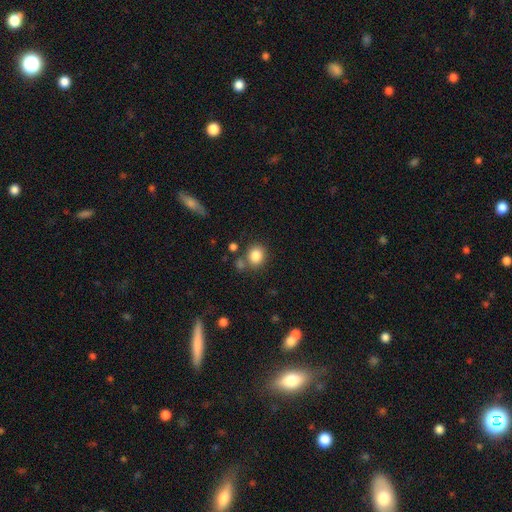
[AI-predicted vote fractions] smooth-or-featured: smooth: 84% | star or artifact: 10% | featured or disk: 6%
  how-rounded: round: 76% | in between: 23% | cigar-shaped: 1%
  merging: none: 73% | merger: 12% | minor disturbance: 11% | major disturbance: 4%